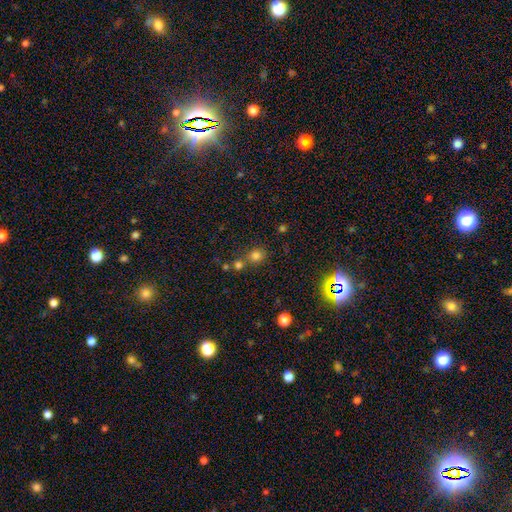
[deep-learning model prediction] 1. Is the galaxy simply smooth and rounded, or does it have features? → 75% smooth, 19% star or artifact, 6% featured or disk.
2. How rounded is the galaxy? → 85% round, 14% in between, 1% cigar-shaped.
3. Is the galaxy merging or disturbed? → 64% none, 24% merger, 9% minor disturbance, 4% major disturbance.